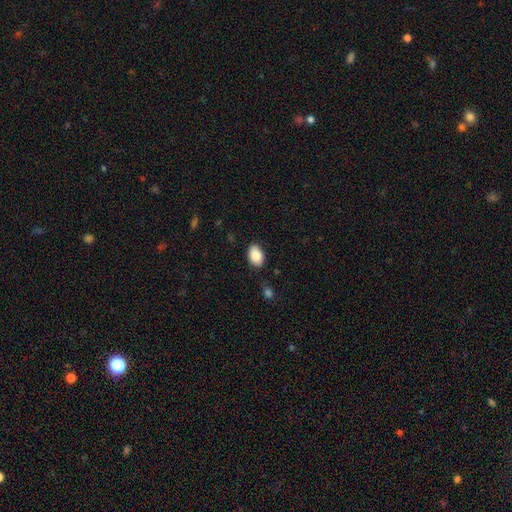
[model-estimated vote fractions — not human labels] Smooth or featured: smooth — 86% (star or artifact — 7%)
How rounded: in between — 88% (round — 10%)
Merging: none — 84% (minor disturbance — 12%)